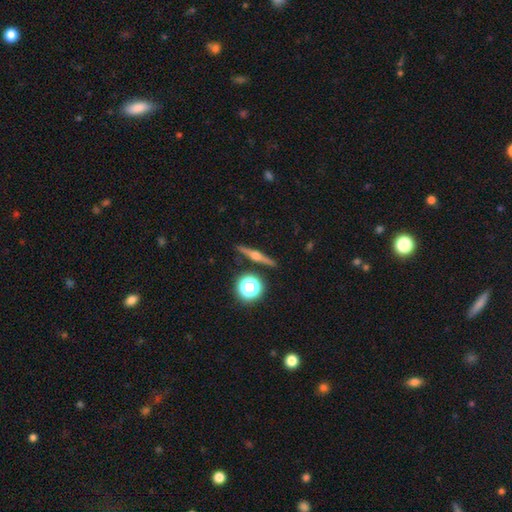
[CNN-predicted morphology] A featured or disk galaxy (72%) viewed edge-on (97%) with a rounded central bulge (93%). Merging: none (90%).